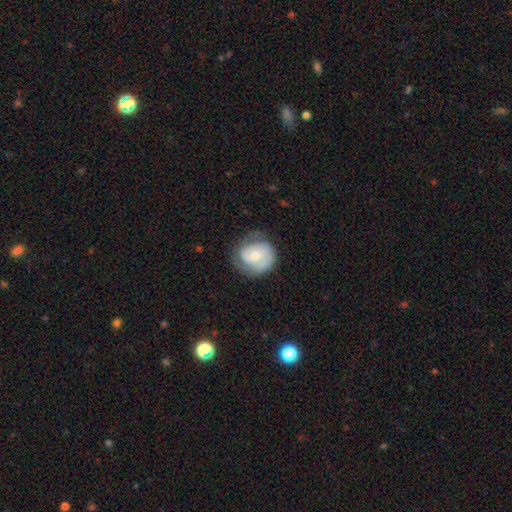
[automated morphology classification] This is possibly a featured or disk galaxy (55%). It is clearly not viewed edge-on (97%). Bar: likely no (67%). Spiral arm pattern: likely yes (73%). Central bulge: possibly moderate (57%). Merging: possibly none (59%).